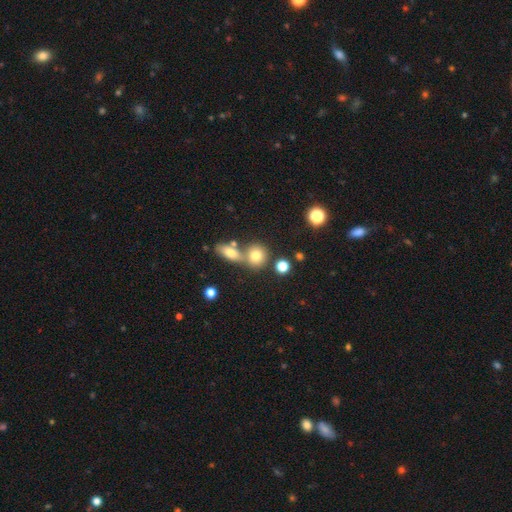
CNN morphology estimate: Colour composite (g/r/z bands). It shows a smooth galaxy with no disk features (76%) that is round (76%). Merging: none (52%).